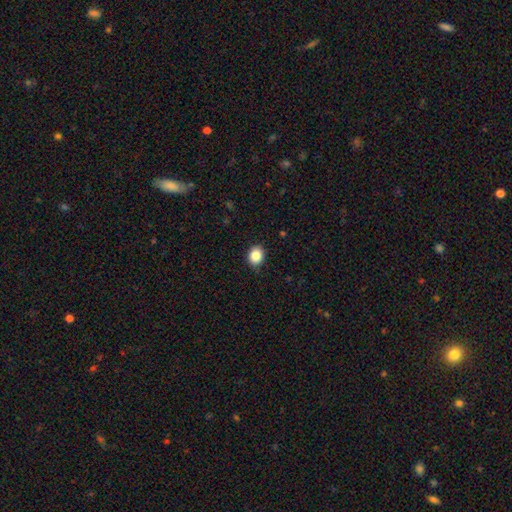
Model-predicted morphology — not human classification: This is clearly a smooth galaxy (87%). How rounded: possibly round (55%). Merging: clearly none (87%).